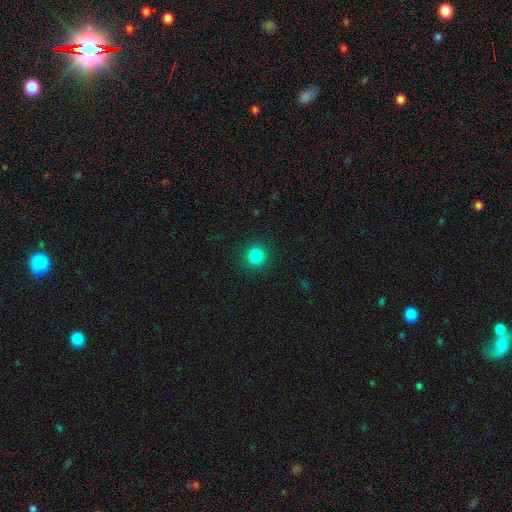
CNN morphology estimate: smooth_or_featured: smooth (p=0.83) [alt: star or artifact p=0.13]
how_rounded: round (p=0.94) [alt: in between p=0.05]
merging: none (p=0.91) [alt: minor disturbance p=0.05]